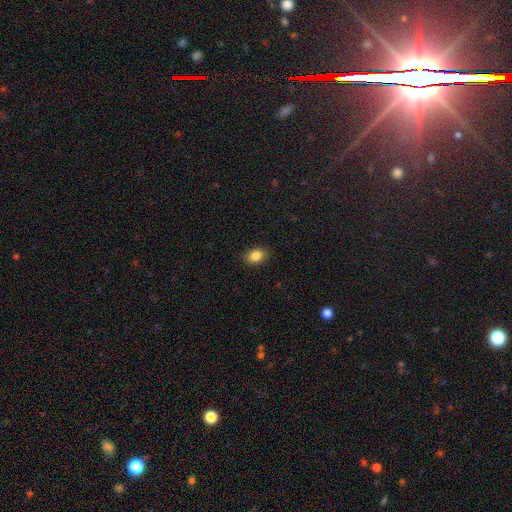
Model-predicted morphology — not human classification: Overall: smooth (87%). How rounded: in between (77%). Merging: none (88%).